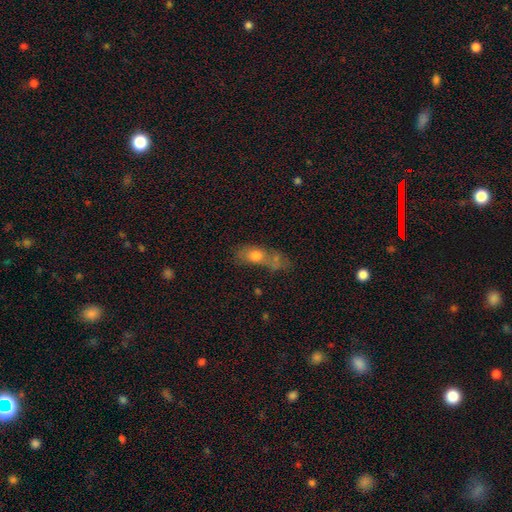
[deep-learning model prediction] Smooth or featured? Predicted: smooth (p=0.64). How rounded? Predicted: in between (p=0.60). Merging? Predicted: merger (p=0.41).